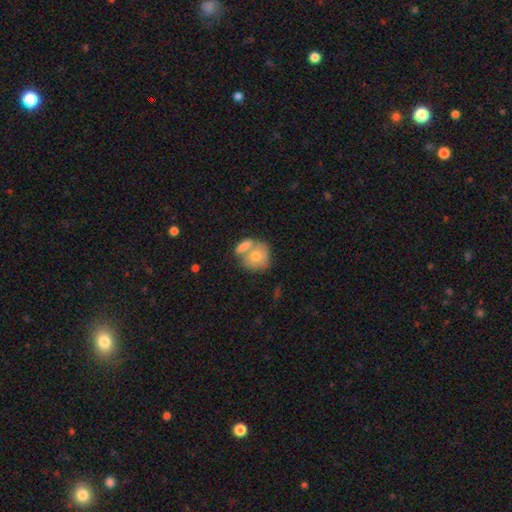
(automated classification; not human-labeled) Smooth or featured: smooth — 70% (featured or disk — 22%)
How rounded: round — 78% (in between — 20%)
Merging: merger — 45% (none — 40%)